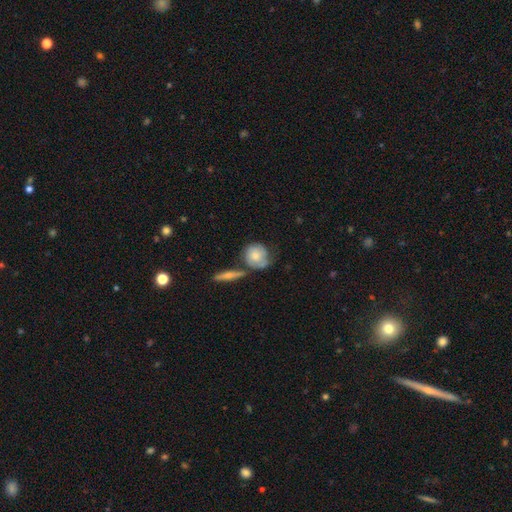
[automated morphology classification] Smooth or featured? smooth (63%)
How rounded? round (77%)
Merging? none (47%)